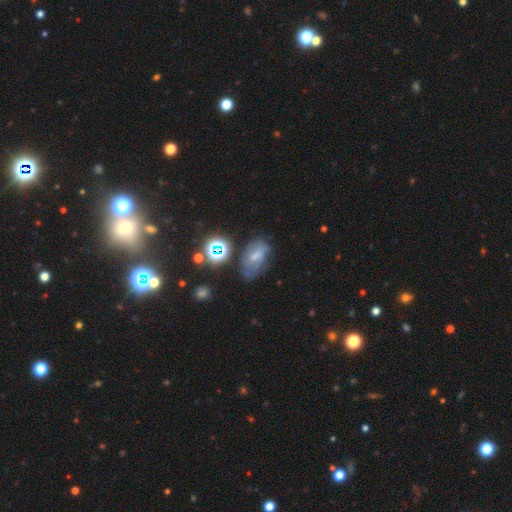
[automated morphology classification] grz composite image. It shows a smooth galaxy with no disk features (41%). Merging: none (52%).